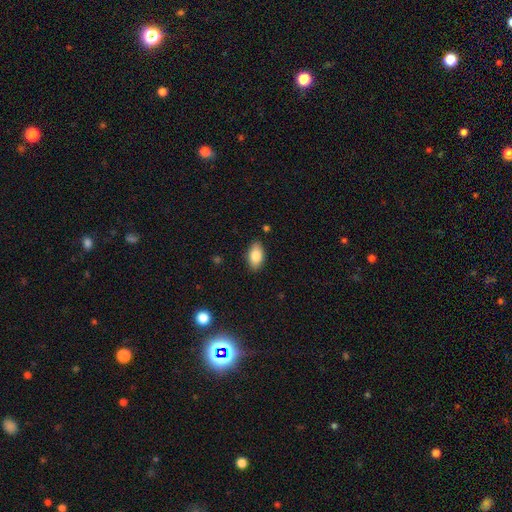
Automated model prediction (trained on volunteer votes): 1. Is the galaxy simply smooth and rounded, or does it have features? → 83% smooth, 10% featured or disk, 7% star or artifact.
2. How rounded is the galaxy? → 92% in between, 5% round, 2% cigar-shaped.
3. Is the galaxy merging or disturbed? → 87% none, 10% minor disturbance, 2% major disturbance, 1% merger.